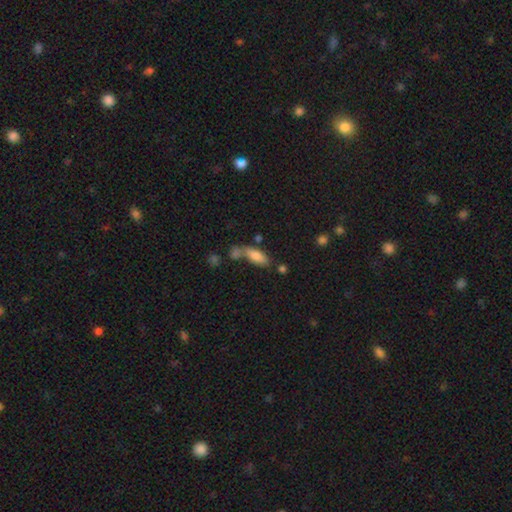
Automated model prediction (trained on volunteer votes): Smooth or featured? smooth (81%)
How rounded? in between (78%)
Merging? none (47%)